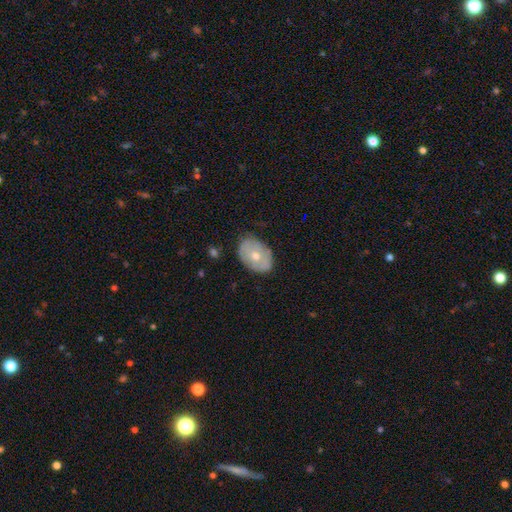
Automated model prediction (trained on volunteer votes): Smooth or featured?
  - smooth: 55% *
  - featured or disk: 38%
  - star or artifact: 7%
How rounded?
  - in between: 79% *
  - round: 20%
  - cigar-shaped: 1%
Merging?
  - none: 77% *
  - minor disturbance: 18%
  - major disturbance: 4%
  - merger: 1%